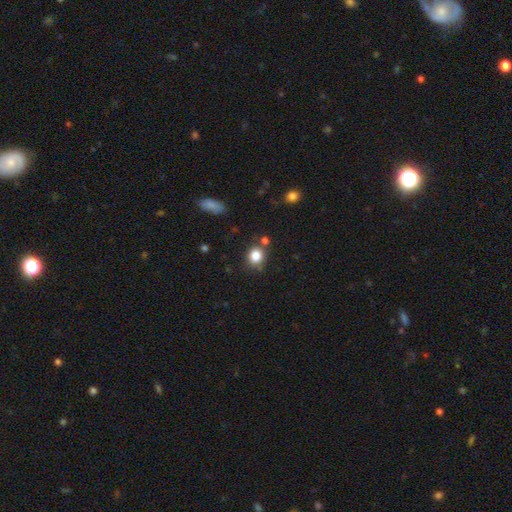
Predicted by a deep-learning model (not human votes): Smooth or featured?
  - smooth: 83% *
  - star or artifact: 11%
  - featured or disk: 6%
How rounded?
  - round: 71% *
  - in between: 28%
  - cigar-shaped: 1%
Merging?
  - none: 73% *
  - minor disturbance: 14%
  - merger: 10%
  - major disturbance: 4%